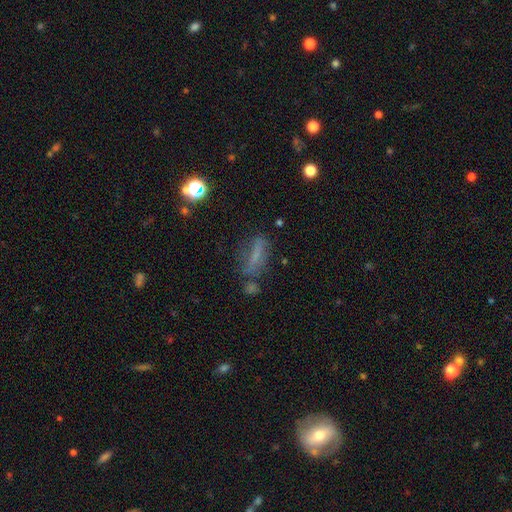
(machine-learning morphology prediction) Smooth or featured? smooth (48%)
Merging? none (56%)